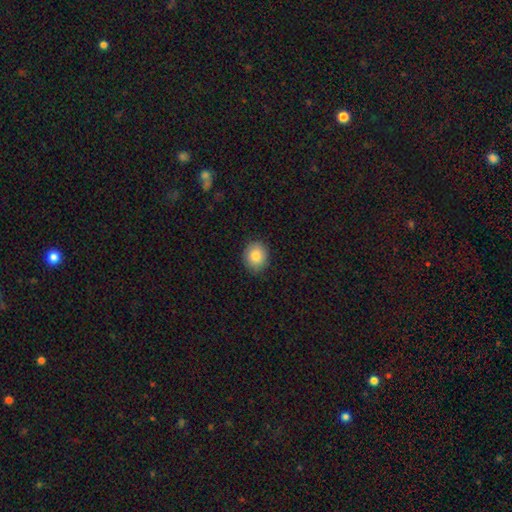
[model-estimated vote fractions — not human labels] The model was most divided on "how rounded": round: 66%, in between: 33%, cigar-shaped: 1%. More confident: merging — none (88%); smooth or featured — smooth (86%).